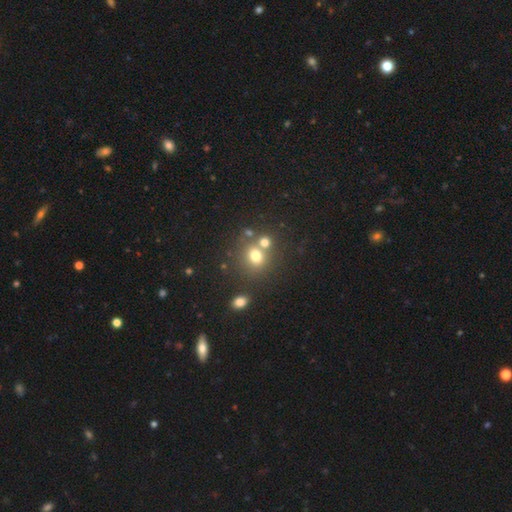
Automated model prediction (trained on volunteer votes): smooth 72%, star or artifact 17%, featured or disk 12%. Down the decision tree: how rounded — round (73%); merging — none (56%).